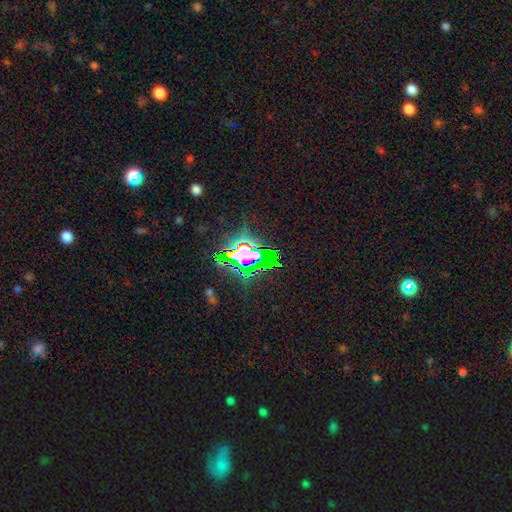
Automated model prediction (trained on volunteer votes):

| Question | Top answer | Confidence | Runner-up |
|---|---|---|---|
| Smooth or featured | star or artifact | 80% | smooth (10%) |